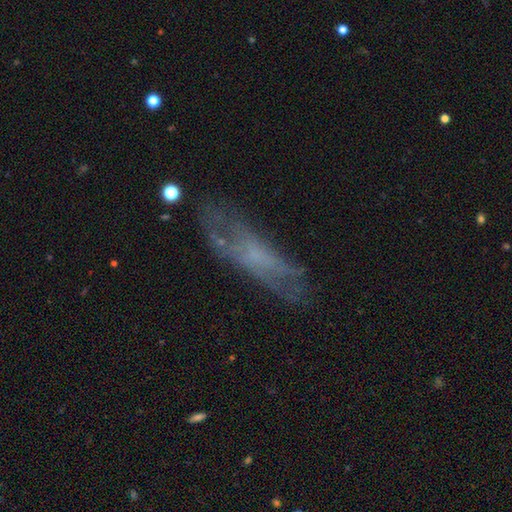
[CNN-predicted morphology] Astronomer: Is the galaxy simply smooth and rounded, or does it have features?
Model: featured or disk — 49% (runner-up: smooth, 40%).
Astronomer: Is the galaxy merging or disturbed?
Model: none — 63%.